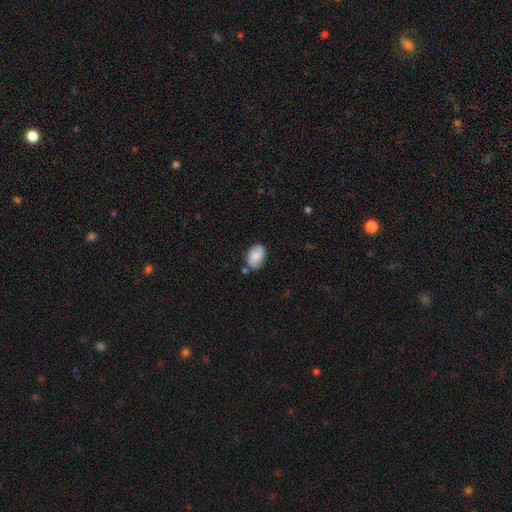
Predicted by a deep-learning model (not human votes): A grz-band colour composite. It shows a smooth galaxy with no disk features (84%) that is in between round and cigar-shaped (91%). Merging: none (73%).